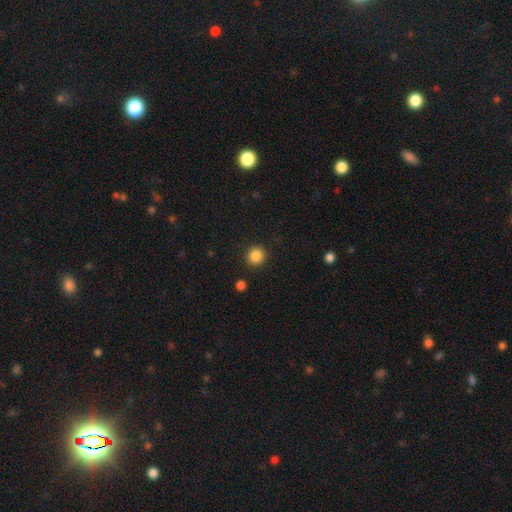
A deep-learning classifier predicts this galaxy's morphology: Smooth or featured? Predicted: smooth (p=0.86). How rounded? Predicted: round (p=0.90). Merging? Predicted: none (p=0.90).